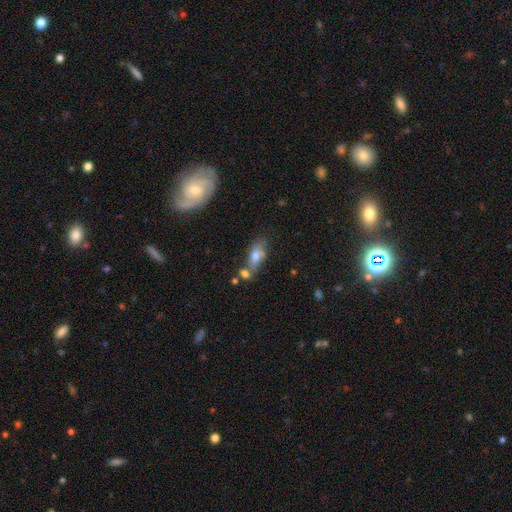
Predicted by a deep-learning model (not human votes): smooth 65%, featured or disk 25%, star or artifact 10%. Down the decision tree: how rounded — in between (81%); merging — none (42%).